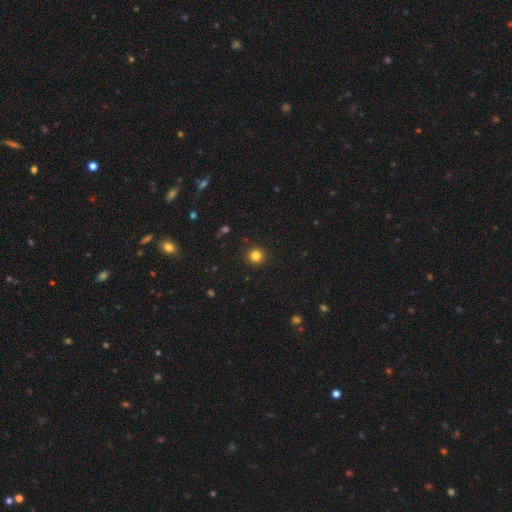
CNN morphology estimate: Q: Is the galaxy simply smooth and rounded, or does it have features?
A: smooth — 82%.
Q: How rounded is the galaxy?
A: round — 95%.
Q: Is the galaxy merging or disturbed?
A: none — 93%.